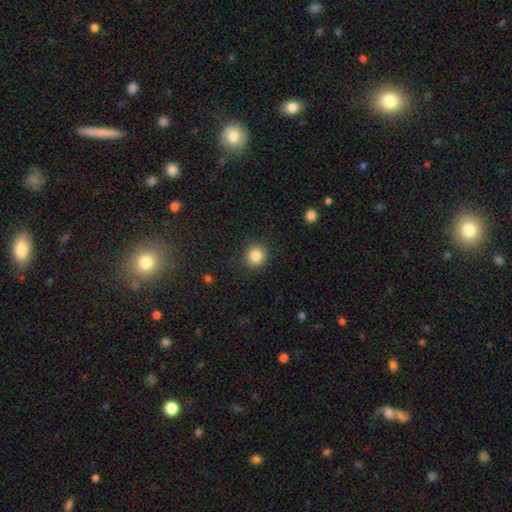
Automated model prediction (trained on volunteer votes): This appears to be a smooth galaxy with no disk features (85%) that is round (91%). Merging: none (89%).